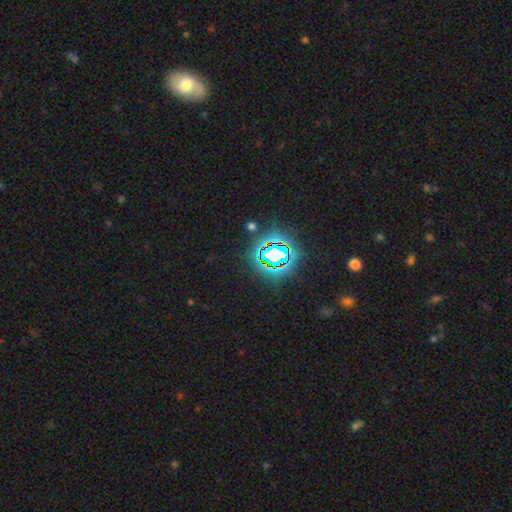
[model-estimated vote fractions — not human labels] star or artifact 80%, smooth 13%, featured or disk 7%.